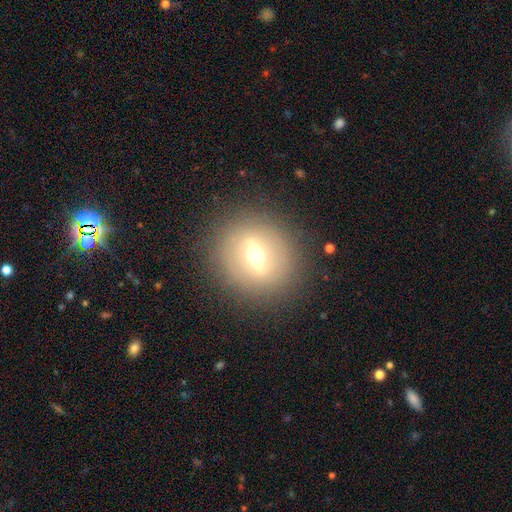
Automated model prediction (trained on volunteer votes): Overall: featured or disk (61%; smooth 27%). Edge-on disk: no (50%, tied with yes). Merging: none (87%).